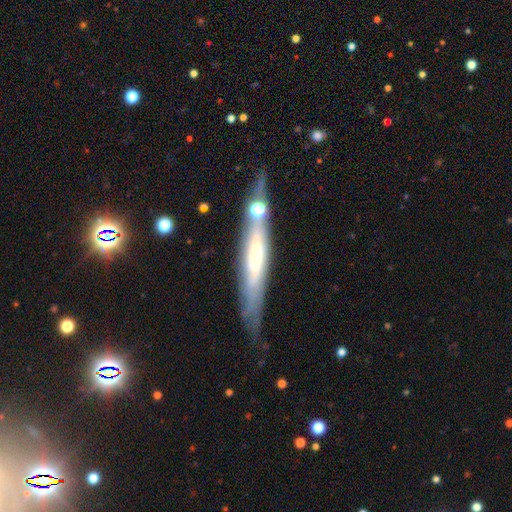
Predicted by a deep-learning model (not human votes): Overall: featured or disk (62%; smooth 30%). Edge-on disk: yes (74%). Merging: none (63%).